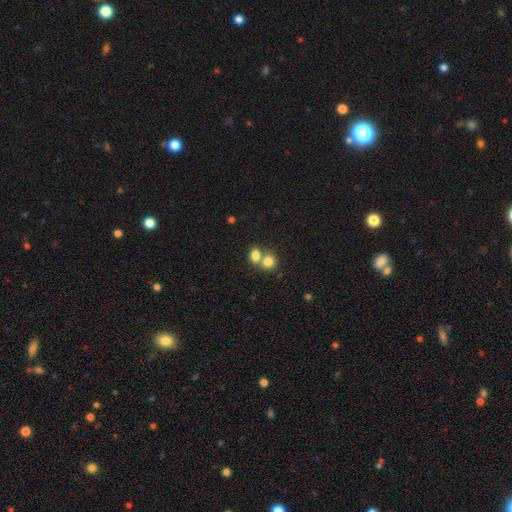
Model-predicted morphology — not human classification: Overall: smooth (80%). How rounded: round (56%; in between 42%). Merging: merger (57%; none 34%).